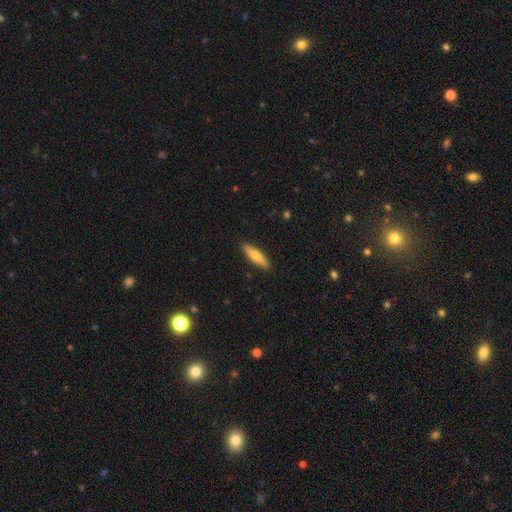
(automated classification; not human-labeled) Q: Smooth or featured?
A: smooth (65%); runner-up: featured or disk (30%)
Q: How rounded?
A: cigar-shaped (65%); runner-up: in between (33%)
Q: Merging?
A: none (90%); runner-up: minor disturbance (8%)